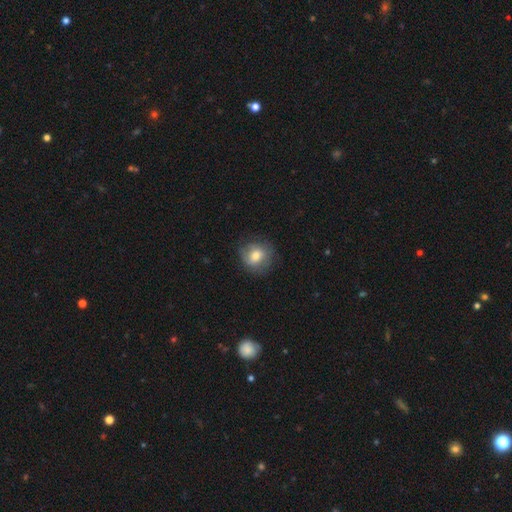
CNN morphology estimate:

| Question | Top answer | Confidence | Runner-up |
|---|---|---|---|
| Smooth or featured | smooth | 69% | featured or disk (22%) |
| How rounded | round | 79% | in between (20%) |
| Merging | none | 74% | minor disturbance (18%) |